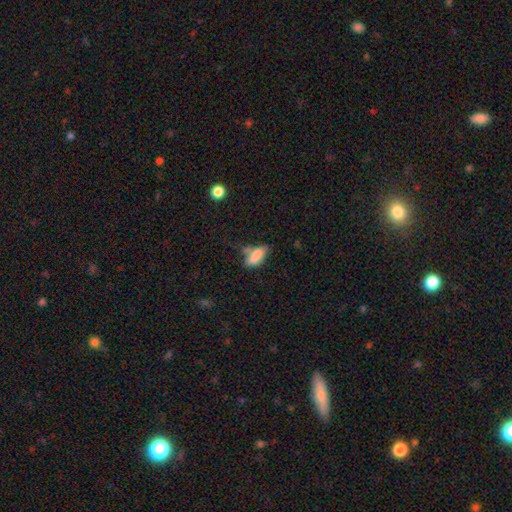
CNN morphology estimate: Smooth or featured: smooth — 81% (featured or disk — 10%)
How rounded: in between — 79% (cigar-shaped — 18%)
Merging: none — 42% (minor disturbance — 25%)